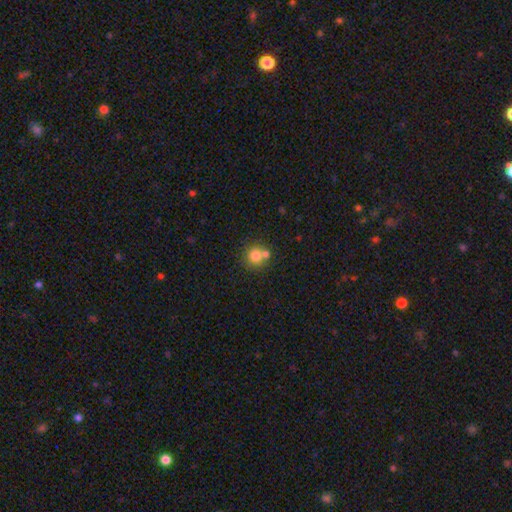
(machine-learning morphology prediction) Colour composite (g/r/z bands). It shows a smooth galaxy with no disk features (77%) that is round (88%). Merging: none (56%).